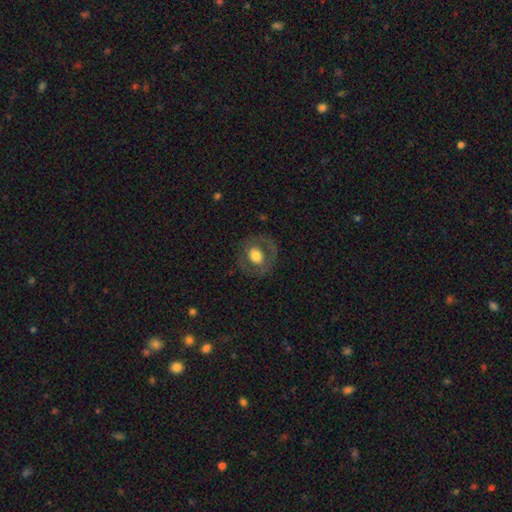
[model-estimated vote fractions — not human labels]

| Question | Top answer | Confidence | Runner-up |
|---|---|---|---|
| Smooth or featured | smooth | 54% | featured or disk (38%) |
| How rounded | round | 70% | in between (29%) |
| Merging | none | 77% | minor disturbance (13%) |